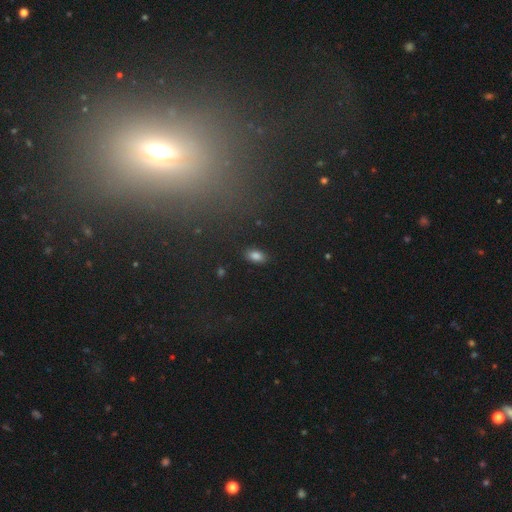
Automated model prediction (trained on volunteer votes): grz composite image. It shows a smooth galaxy with no disk features (83%) that is in between round and cigar-shaped (91%). Merging: none (87%).